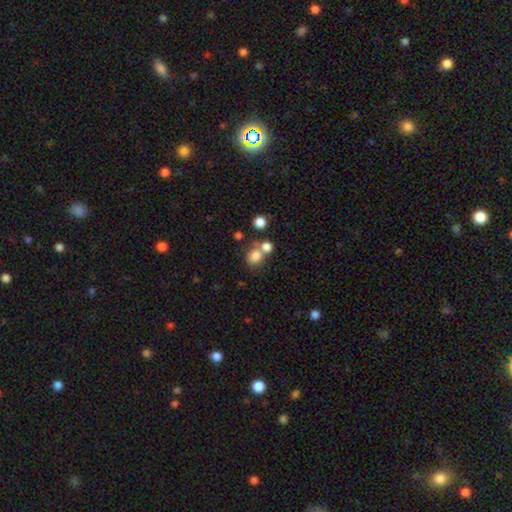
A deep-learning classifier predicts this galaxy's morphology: This is likely a smooth galaxy (78%). How rounded: likely round (74%). Merging: possibly none (48%).